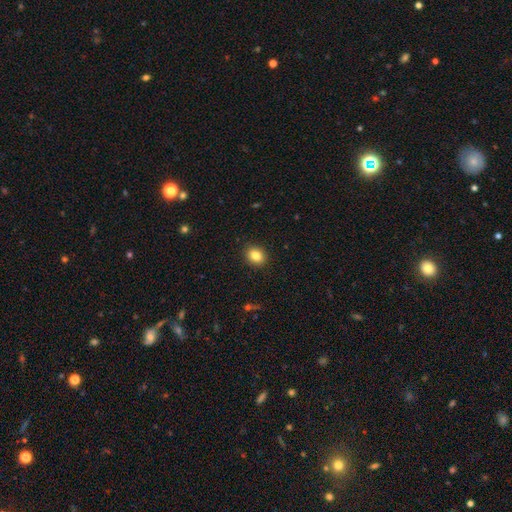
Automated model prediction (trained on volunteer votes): Smooth or featured? smooth (84%)
How rounded? round (50%)
Merging? none (91%)